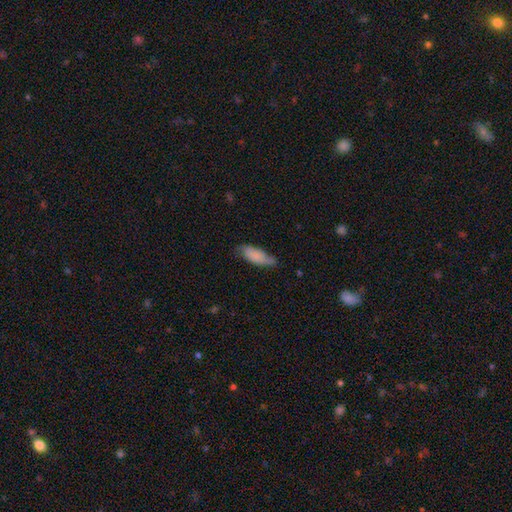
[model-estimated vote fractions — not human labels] Smooth or featured?
  - smooth: 79% *
  - featured or disk: 14%
  - star or artifact: 7%
How rounded?
  - in between: 72% *
  - cigar-shaped: 26%
  - round: 2%
Merging?
  - none: 58% *
  - minor disturbance: 33%
  - major disturbance: 7%
  - merger: 2%